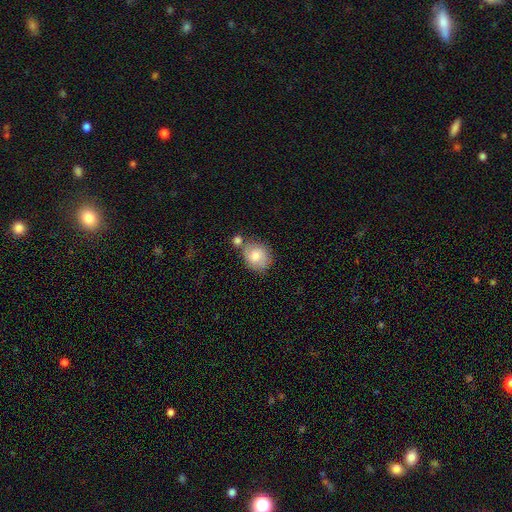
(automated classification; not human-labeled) Overall: smooth (73%). How rounded: round (65%; in between 34%). Merging: none (54%; merger 22%).